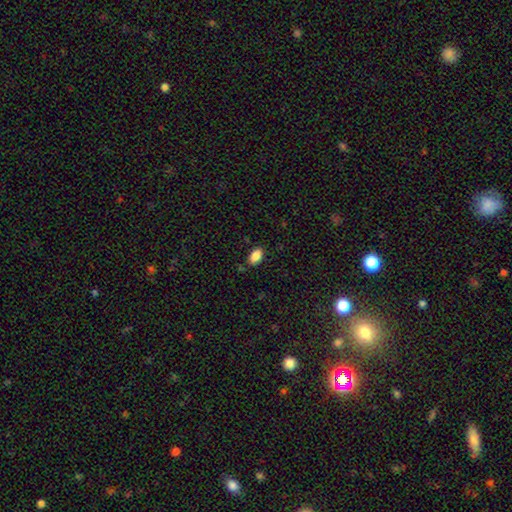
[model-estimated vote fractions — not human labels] Smooth or featured: smooth — 88% (star or artifact — 8%)
How rounded: in between — 93% (round — 4%)
Merging: none — 83% (minor disturbance — 12%)